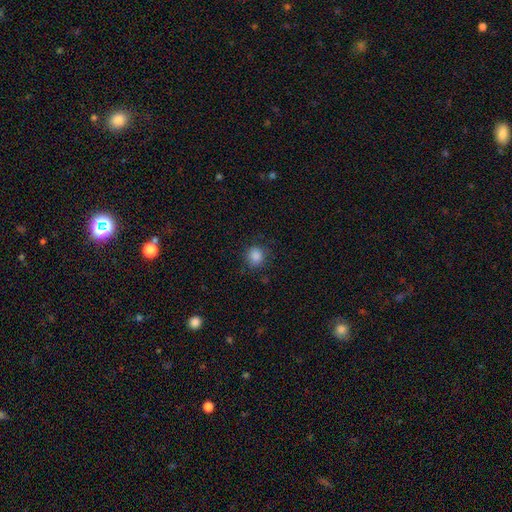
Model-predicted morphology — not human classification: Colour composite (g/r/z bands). It shows a smooth galaxy with no disk features (86%) that is round (84%). Merging: none (80%).